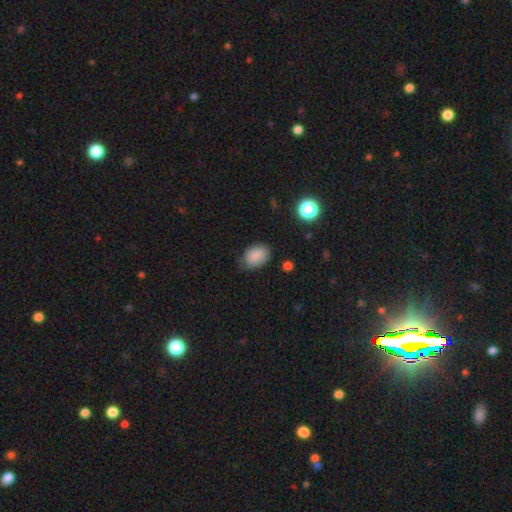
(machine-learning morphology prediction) The model was most divided on "merging": none: 72%, minor disturbance: 22%, major disturbance: 4%, merger: 2%. More confident: smooth or featured — smooth (86%); how rounded — in between (78%).